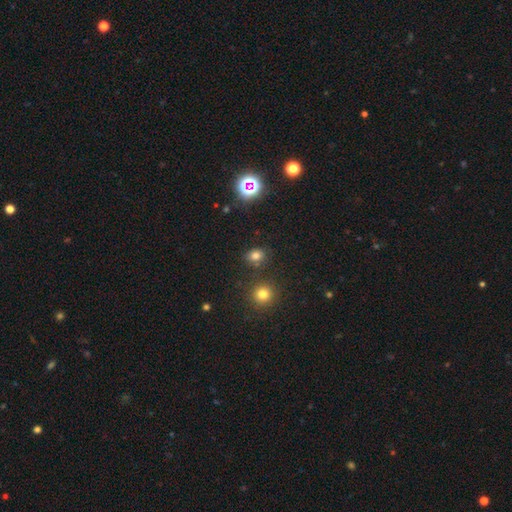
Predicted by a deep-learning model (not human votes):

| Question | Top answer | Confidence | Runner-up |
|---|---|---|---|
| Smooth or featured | smooth | 73% | star or artifact (20%) |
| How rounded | in between | 52% | round (47%) |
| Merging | none | 79% | minor disturbance (12%) |